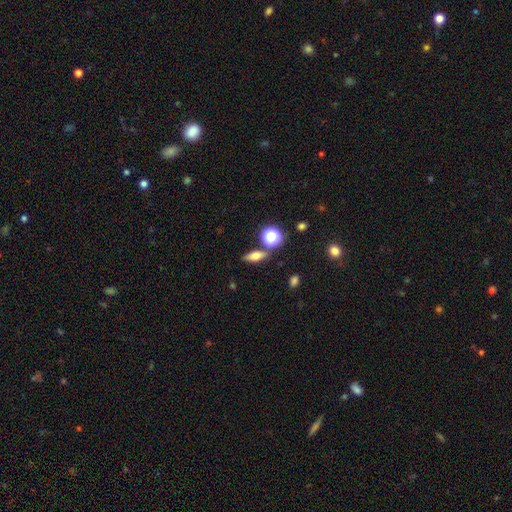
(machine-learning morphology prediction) A smooth galaxy with no disk features (59%) that is in between round and cigar-shaped (55%). Merging: none (78%).